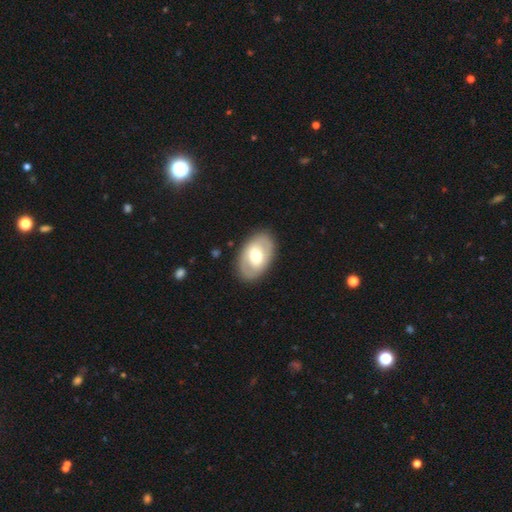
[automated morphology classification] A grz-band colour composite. It shows a featured or disk galaxy (48%). Merging: none (86%).